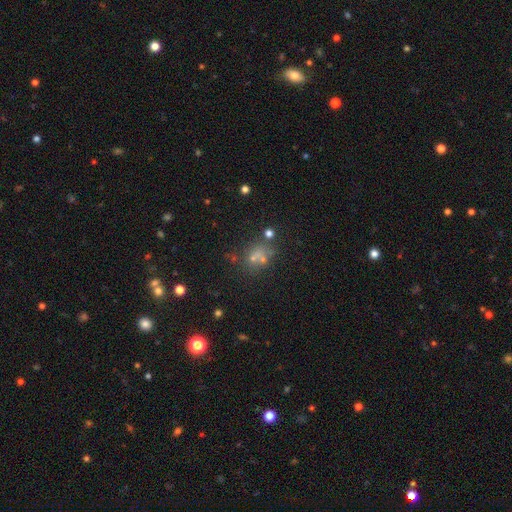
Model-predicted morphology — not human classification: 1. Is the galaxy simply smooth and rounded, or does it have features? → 46% smooth, 37% star or artifact, 17% featured or disk.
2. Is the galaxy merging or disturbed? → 56% none, 22% merger, 13% minor disturbance, 9% major disturbance.